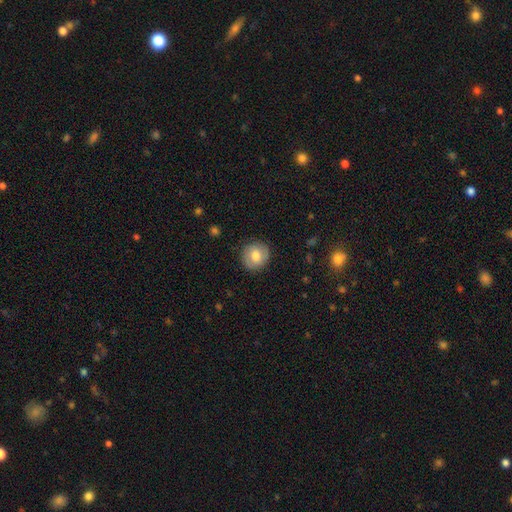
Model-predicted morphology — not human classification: This appears to be a smooth galaxy with no disk features (71%) that is round (88%). Merging: none (87%).